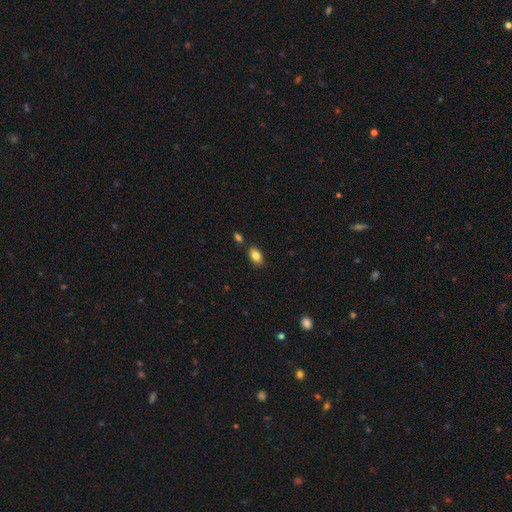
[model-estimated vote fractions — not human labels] A smooth galaxy with no disk features (84%) that is in between round and cigar-shaped (88%). Merging: none (82%).